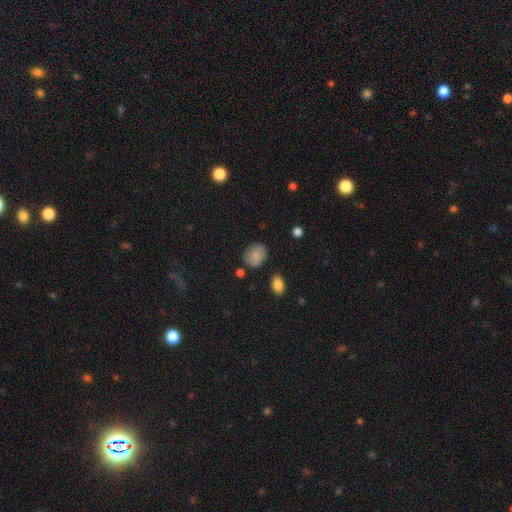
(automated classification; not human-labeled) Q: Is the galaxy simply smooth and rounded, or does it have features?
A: smooth — 82%.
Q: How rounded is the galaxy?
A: round — 63%.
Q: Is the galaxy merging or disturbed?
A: none — 77%.